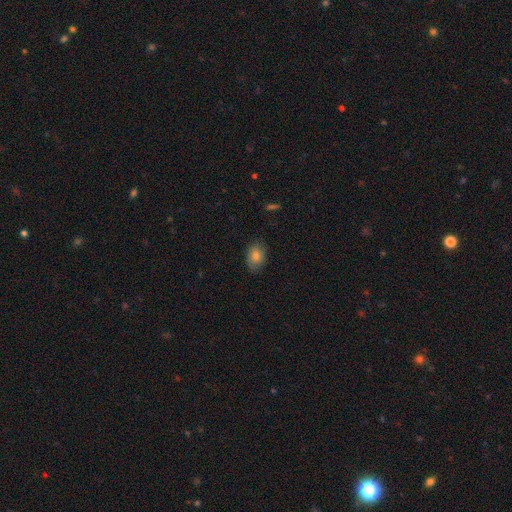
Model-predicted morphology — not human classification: A smooth galaxy with no disk features (81%) that is in between round and cigar-shaped (80%). Merging: none (82%).